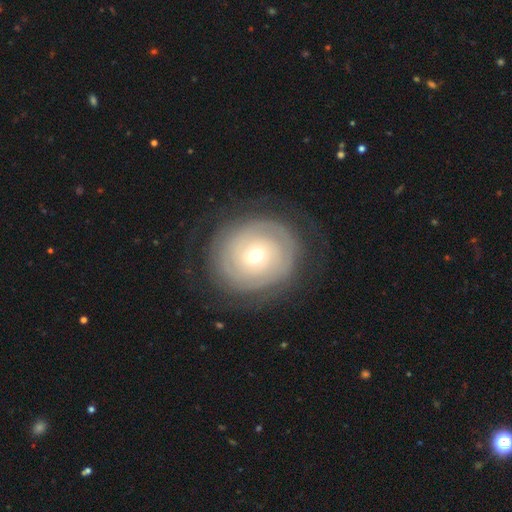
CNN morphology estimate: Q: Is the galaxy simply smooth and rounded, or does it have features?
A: featured or disk — 64%.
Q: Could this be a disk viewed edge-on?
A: no — 97%.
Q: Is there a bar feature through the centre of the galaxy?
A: no — 79%.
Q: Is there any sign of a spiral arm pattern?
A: yes — 73%.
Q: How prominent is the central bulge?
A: moderate — 49%.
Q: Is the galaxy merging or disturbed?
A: none — 78%.